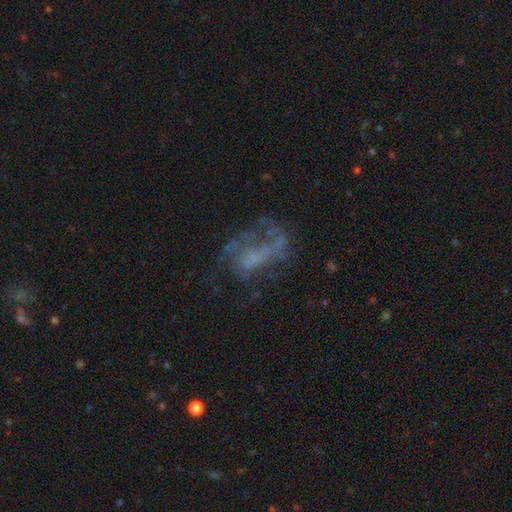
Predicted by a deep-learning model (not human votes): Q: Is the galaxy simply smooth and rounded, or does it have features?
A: featured or disk — 60%.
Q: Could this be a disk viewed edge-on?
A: no — 96%.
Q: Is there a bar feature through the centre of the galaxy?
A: no — 69%.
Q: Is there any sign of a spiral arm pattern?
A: no — 57%.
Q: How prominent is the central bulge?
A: none — 61%.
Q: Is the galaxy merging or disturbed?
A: major disturbance — 40%.